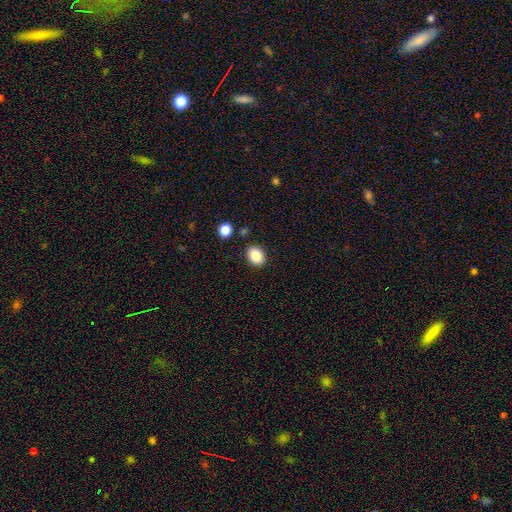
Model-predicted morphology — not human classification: smooth_or_featured: smooth (p=0.86) [alt: star or artifact p=0.09]
how_rounded: in between (p=0.55) [alt: round p=0.44]
merging: none (p=0.87) [alt: minor disturbance p=0.08]